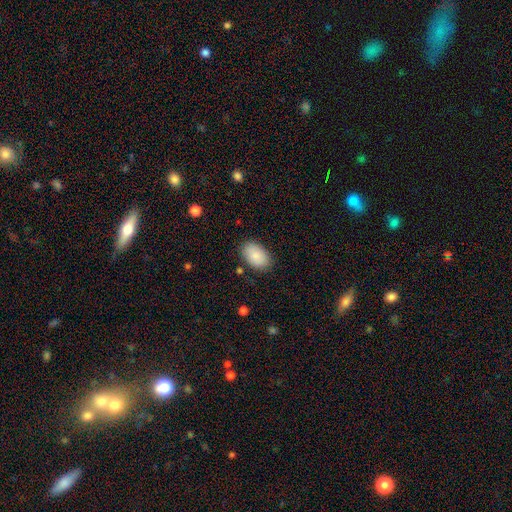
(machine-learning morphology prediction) Q: Smooth or featured?
A: smooth (86%); runner-up: featured or disk (7%)
Q: How rounded?
A: in between (92%); runner-up: round (7%)
Q: Merging?
A: none (84%); runner-up: minor disturbance (12%)